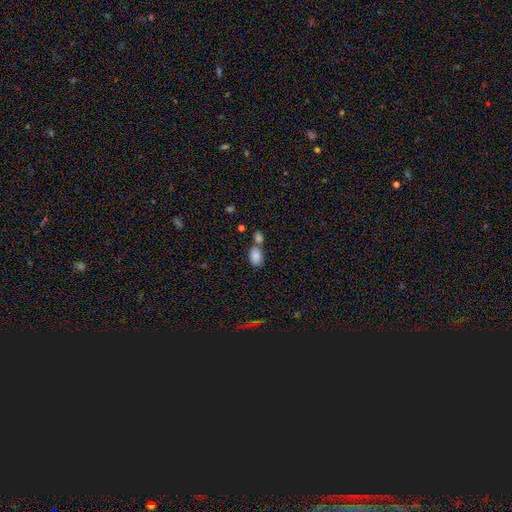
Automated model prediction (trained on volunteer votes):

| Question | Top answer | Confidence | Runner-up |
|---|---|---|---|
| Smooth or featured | smooth | 85% | star or artifact (8%) |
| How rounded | in between | 87% | round (11%) |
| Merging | merger | 48% | none (38%) |